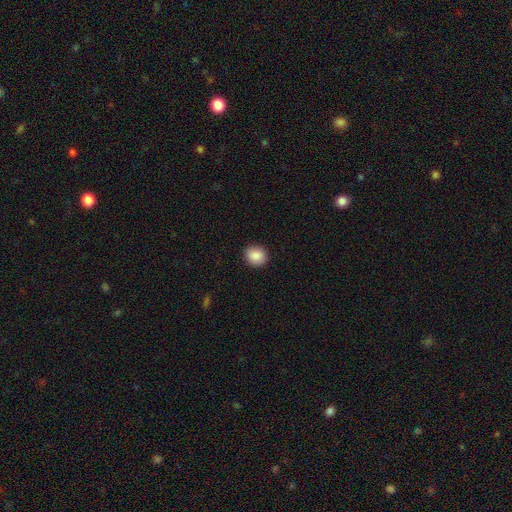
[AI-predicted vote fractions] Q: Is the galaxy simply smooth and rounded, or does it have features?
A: smooth — 88%.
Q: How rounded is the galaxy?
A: round — 78%.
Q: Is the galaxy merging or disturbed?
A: none — 90%.